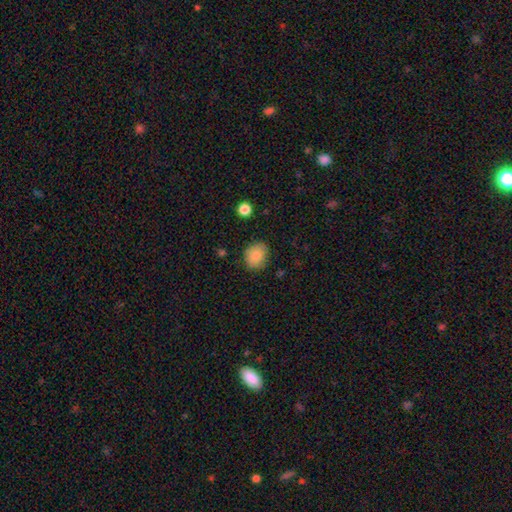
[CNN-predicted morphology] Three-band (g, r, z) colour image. It shows a smooth galaxy with no disk features (84%) that is round (57%). Merging: none (79%).